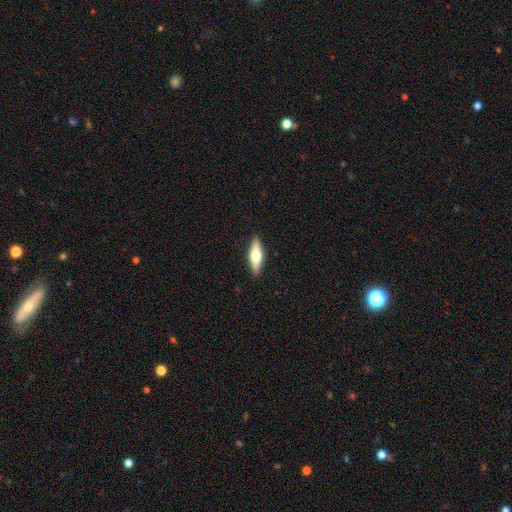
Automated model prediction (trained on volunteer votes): featured or disk 49%, smooth 45%, star or artifact 6%. Down the decision tree: merging — none (90%).